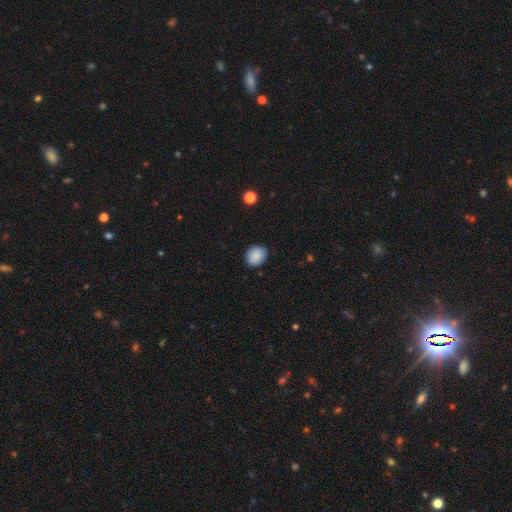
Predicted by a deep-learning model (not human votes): smooth-or-featured: smooth: 87% | star or artifact: 8% | featured or disk: 5%
  how-rounded: round: 62% | in between: 37% | cigar-shaped: 1%
  merging: none: 84% | minor disturbance: 12% | major disturbance: 2% | merger: 1%